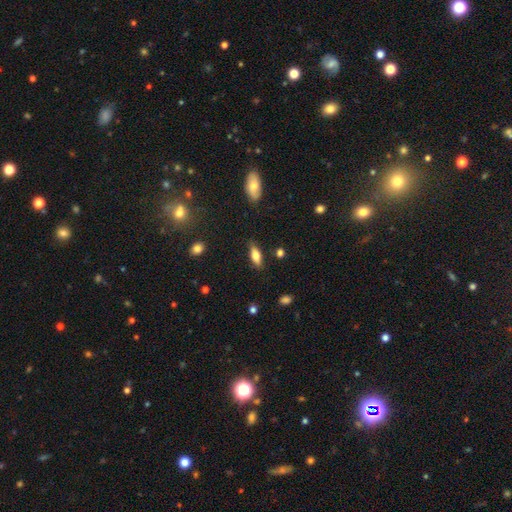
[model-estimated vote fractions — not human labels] smooth-or-featured: smooth: 70% | featured or disk: 23% | star or artifact: 7%
  how-rounded: in between: 72% | cigar-shaped: 25% | round: 3%
  merging: none: 82% | minor disturbance: 13% | major disturbance: 3% | merger: 2%